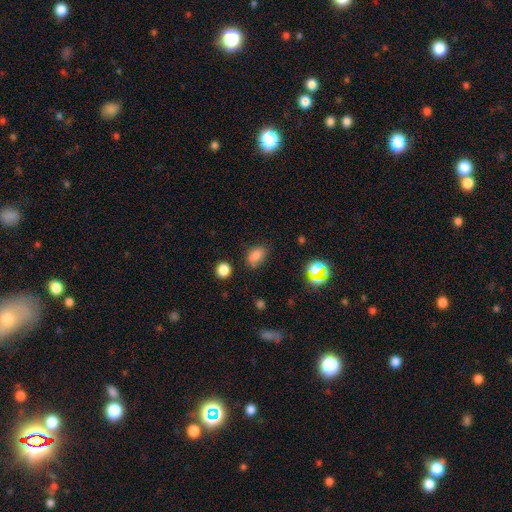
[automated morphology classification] Smooth or featured: smooth — 78% (star or artifact — 16%)
How rounded: in between — 83% (round — 15%)
Merging: none — 68% (minor disturbance — 22%)